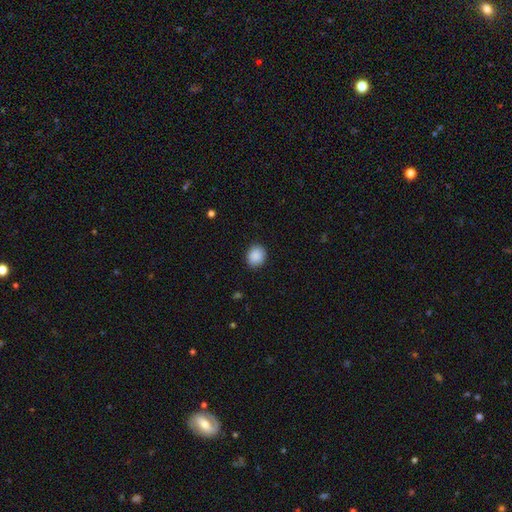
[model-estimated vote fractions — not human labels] smooth 89%, star or artifact 8%, featured or disk 3%. Down the decision tree: how rounded — round (69%); merging — none (87%).